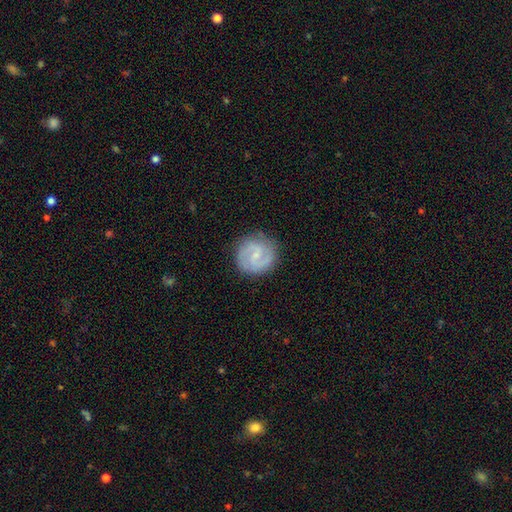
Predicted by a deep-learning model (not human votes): A featured or disk galaxy (81%) with a weak bar (55%), 2 (88%) medium (50%) spiral arms (96%) and a small central bulge (69%).

Vote fractions:
- Smooth or featured? featured or disk: 81% / smooth: 14% / star or artifact: 5%
- Edge-on disk? no: 98% / yes: 2%
- Bar? weak: 55% / no: 33% / strong: 12%
- Spiral arms? yes: 96% / no: 4%
- Spiral winding? medium: 50% / tight: 38% / loose: 12%
- Spiral arm count? 2: 88% / can't tell: 5% / 3: 3% / 1: 2% / 4: 1% / more than 4: 1%
- Bulge size? small: 69% / moderate: 19% / none: 11% / large: 1% / dominant: 1%
- Merging? none: 85% / minor disturbance: 11% / major disturbance: 3% / merger: 1%